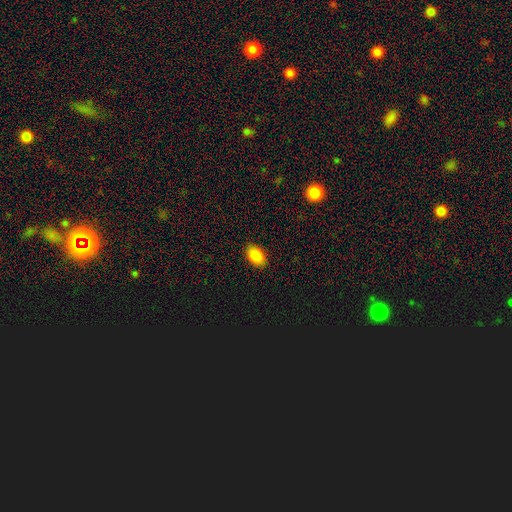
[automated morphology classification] Smooth or featured? Predicted: smooth (p=0.86). How rounded? Predicted: in between (p=0.87). Merging? Predicted: none (p=0.89).